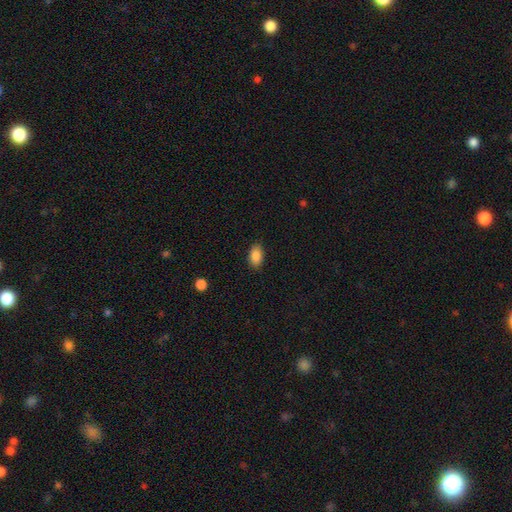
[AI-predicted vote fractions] smooth_or_featured: smooth (p=0.88) [alt: star or artifact p=0.08]
how_rounded: in between (p=0.89) [alt: round p=0.09]
merging: none (p=0.85) [alt: minor disturbance p=0.11]